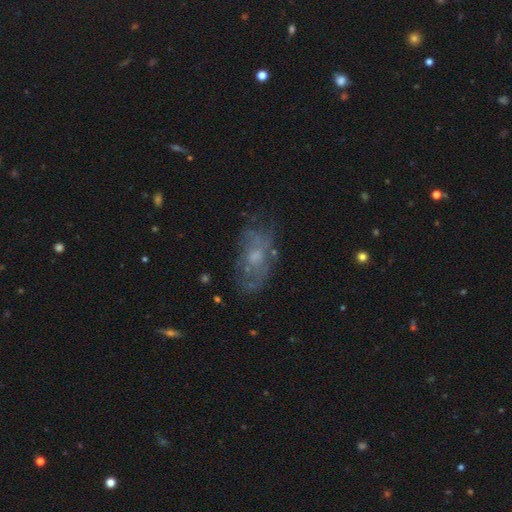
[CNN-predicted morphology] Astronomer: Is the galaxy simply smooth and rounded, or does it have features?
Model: featured or disk — 55% (runner-up: smooth, 33%).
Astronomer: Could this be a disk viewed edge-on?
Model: no — 93%.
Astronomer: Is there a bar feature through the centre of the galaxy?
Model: no — 83%.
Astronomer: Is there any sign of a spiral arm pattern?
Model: no — 63%.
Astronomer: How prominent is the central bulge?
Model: moderate — 45% (runner-up: small, 36%).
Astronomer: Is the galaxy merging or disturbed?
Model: none — 57%.